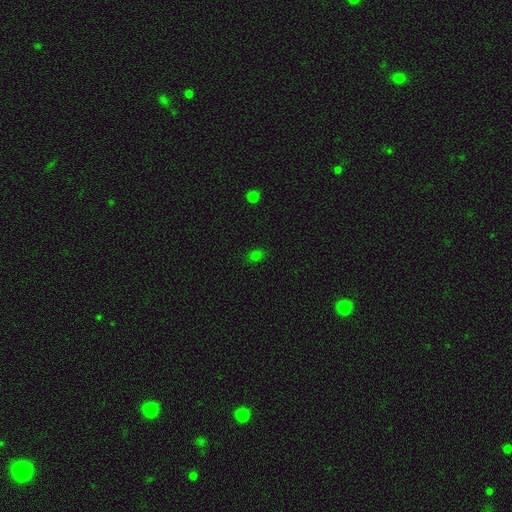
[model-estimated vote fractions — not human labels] Q: Smooth or featured?
A: smooth (74%); runner-up: star or artifact (22%)
Q: How rounded?
A: in between (53%); runner-up: round (45%)
Q: Merging?
A: none (85%); runner-up: minor disturbance (11%)